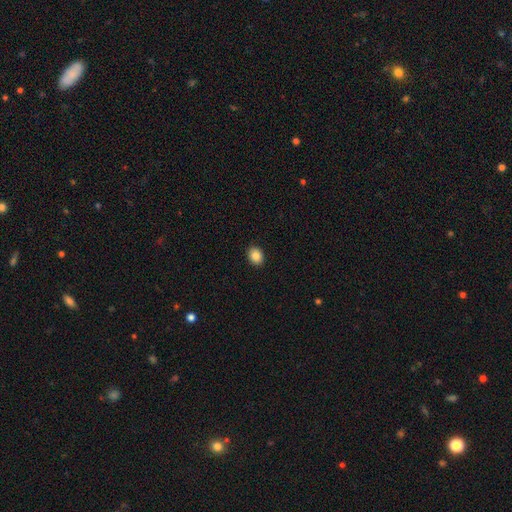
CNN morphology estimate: A smooth galaxy with no disk features (87%) that is in between round and cigar-shaped (57%).

Vote fractions:
- Smooth or featured? smooth: 87% / star or artifact: 9% / featured or disk: 4%
- How rounded? in between: 57% / round: 42% / cigar-shaped: 1%
- Merging? none: 91% / minor disturbance: 7% / major disturbance: 2% / merger: 1%